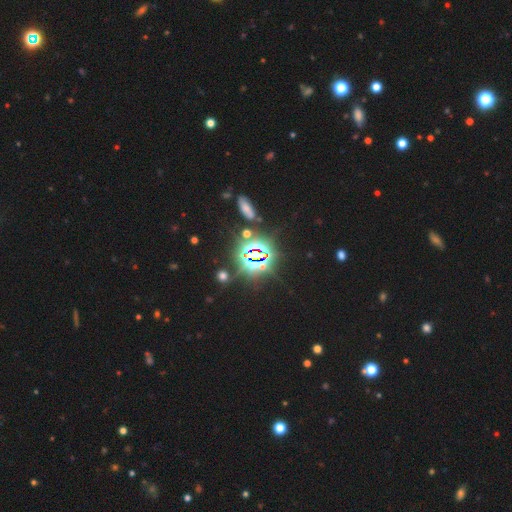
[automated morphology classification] A star or artifact, not a galaxy (81%).